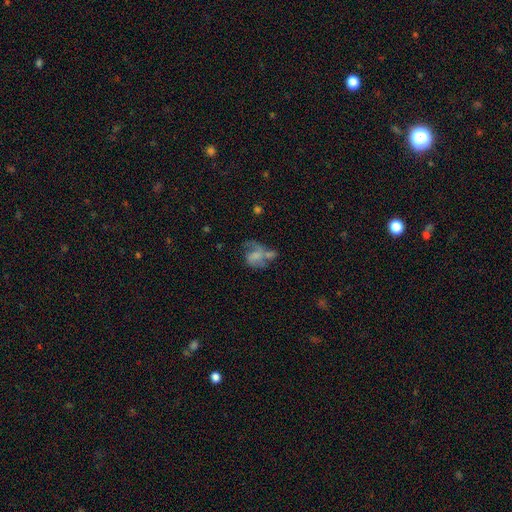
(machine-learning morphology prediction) Q: Smooth or featured?
A: featured or disk (49%); runner-up: smooth (40%)
Q: Merging?
A: merger (30%); tied with: major disturbance (30%)